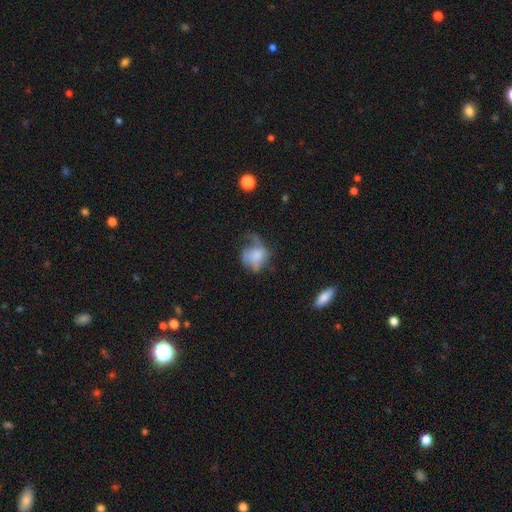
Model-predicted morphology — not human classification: smooth-or-featured: smooth: 54% | featured or disk: 36% | star or artifact: 10%
  how-rounded: in between: 50% | round: 48% | cigar-shaped: 1%
  merging: major disturbance: 46% | none: 25% | minor disturbance: 25% | merger: 4%